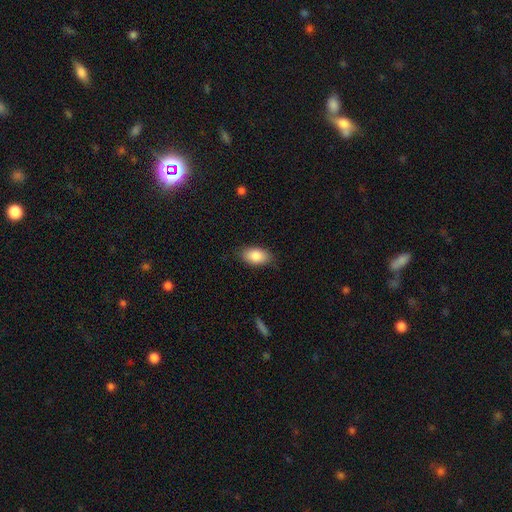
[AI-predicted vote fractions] This is clearly a smooth galaxy (86%). How rounded: clearly in between (93%). Merging: clearly none (84%).